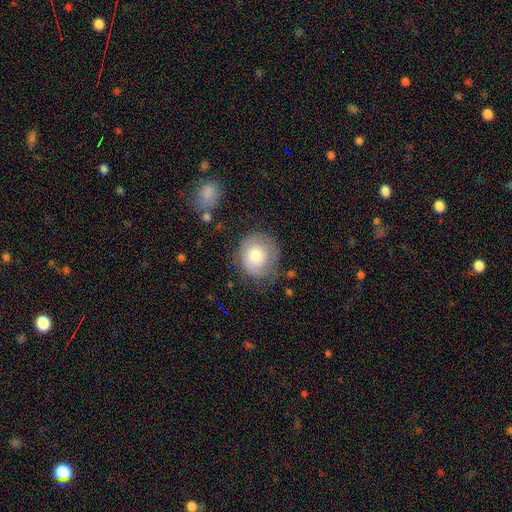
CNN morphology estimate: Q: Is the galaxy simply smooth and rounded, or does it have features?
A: smooth — 68%.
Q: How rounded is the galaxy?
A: round — 80%.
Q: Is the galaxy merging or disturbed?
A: none — 64%.